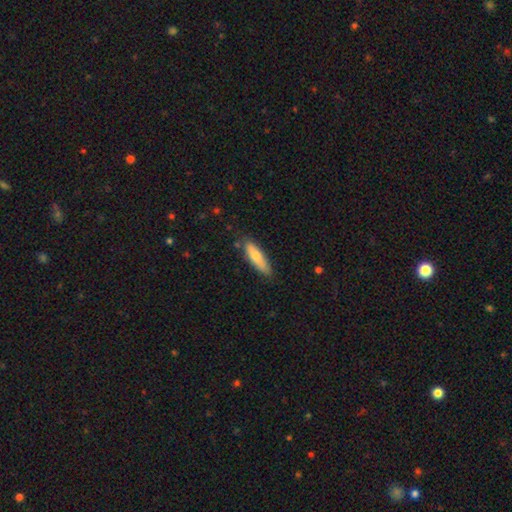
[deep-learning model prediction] A smooth galaxy with no disk features (71%) that is cigar-shaped (58%). Merging: none (79%).